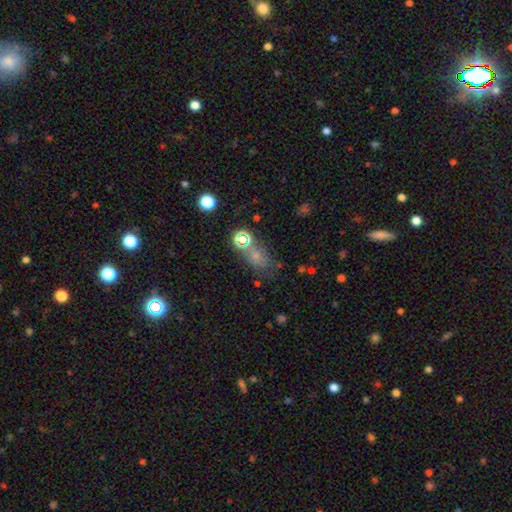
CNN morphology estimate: The model was most divided on "smooth or featured": smooth: 60%, star or artifact: 27%, featured or disk: 13%. More confident: how rounded — in between (72%); merging — none (61%).